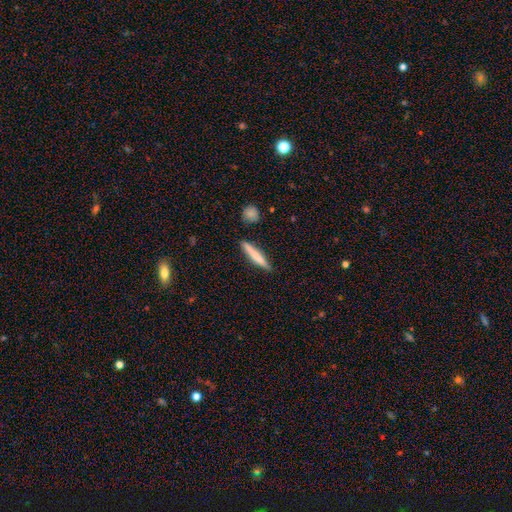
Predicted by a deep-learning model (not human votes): The model was most divided on "smooth or featured": smooth: 69%, featured or disk: 25%, star or artifact: 6%. More confident: how rounded — cigar-shaped (93%); merging — none (86%).